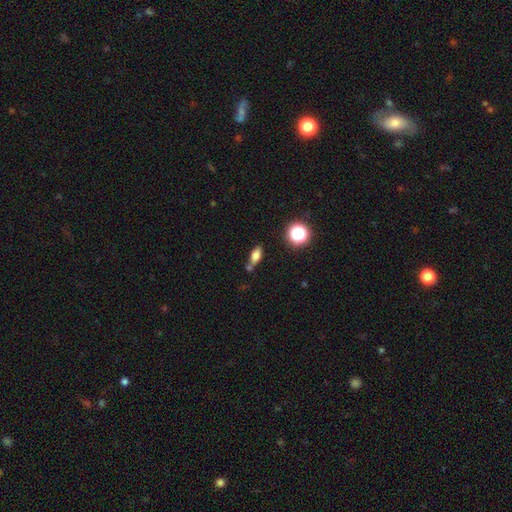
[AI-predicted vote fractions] A smooth galaxy with no disk features (71%) that is in between round and cigar-shaped (75%).

Vote fractions:
- Smooth or featured? smooth: 71% / featured or disk: 16% / star or artifact: 13%
- How rounded? in between: 75% / cigar-shaped: 16% / round: 9%
- Merging? none: 62% / merger: 18% / minor disturbance: 16% / major disturbance: 5%